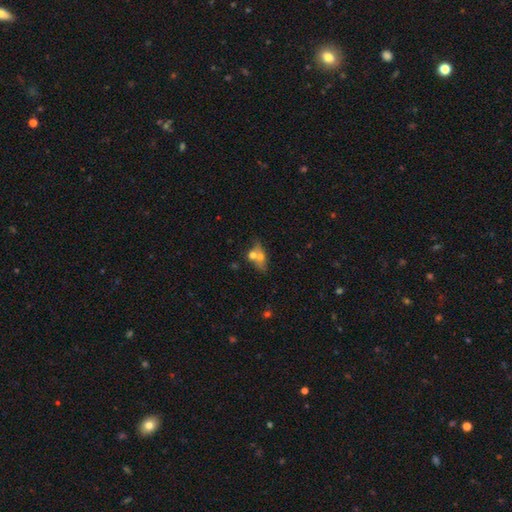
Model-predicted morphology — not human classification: A smooth galaxy with no disk features (59%) that is in between round and cigar-shaped (62%).

Vote fractions:
- Smooth or featured? smooth: 59% / featured or disk: 30% / star or artifact: 12%
- How rounded? in between: 62% / round: 29% / cigar-shaped: 9%
- Merging? merger: 52% / none: 31% / minor disturbance: 10% / major disturbance: 6%